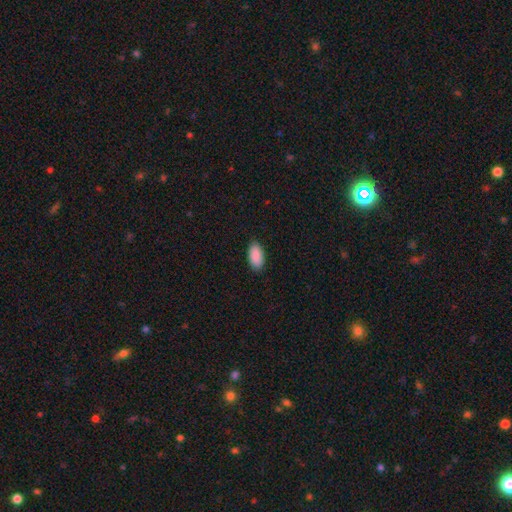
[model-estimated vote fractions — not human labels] Smooth or featured?
  - smooth: 91% *
  - star or artifact: 6%
  - featured or disk: 3%
How rounded?
  - in between: 95% *
  - cigar-shaped: 3%
  - round: 2%
Merging?
  - none: 88% *
  - minor disturbance: 9%
  - major disturbance: 2%
  - merger: 1%